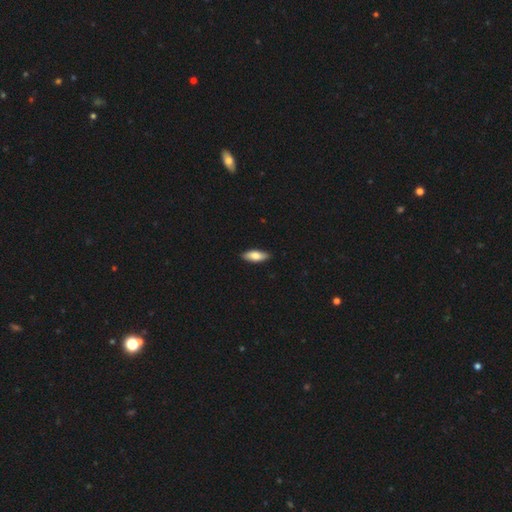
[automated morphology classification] A smooth galaxy with no disk features (76%) that is in between round and cigar-shaped (72%). Merging: none (88%).